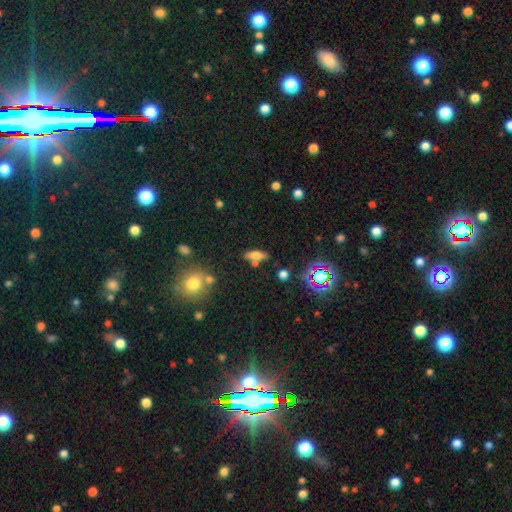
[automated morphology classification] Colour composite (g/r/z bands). It shows a smooth galaxy with no disk features (63%) that is in between round and cigar-shaped (63%). Merging: none (67%).